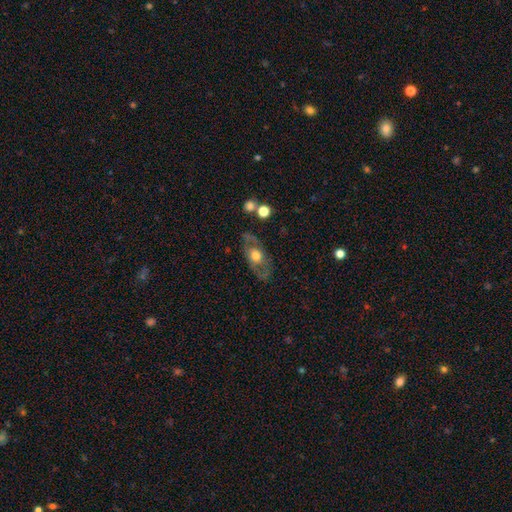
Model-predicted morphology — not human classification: Smooth or featured? Predicted: featured or disk (p=0.54). Edge-on disk? Predicted: no (p=0.80). Merging? Predicted: none (p=0.73).